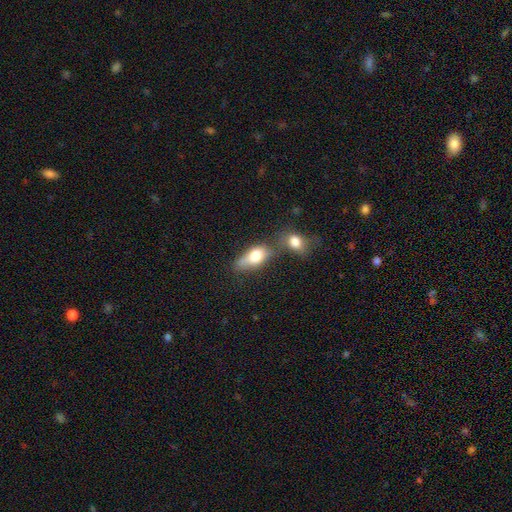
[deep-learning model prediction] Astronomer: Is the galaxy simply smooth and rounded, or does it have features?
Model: smooth — 72%.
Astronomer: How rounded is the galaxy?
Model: in between — 79%.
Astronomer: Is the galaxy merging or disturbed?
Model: merger — 46% (runner-up: none, 28%).